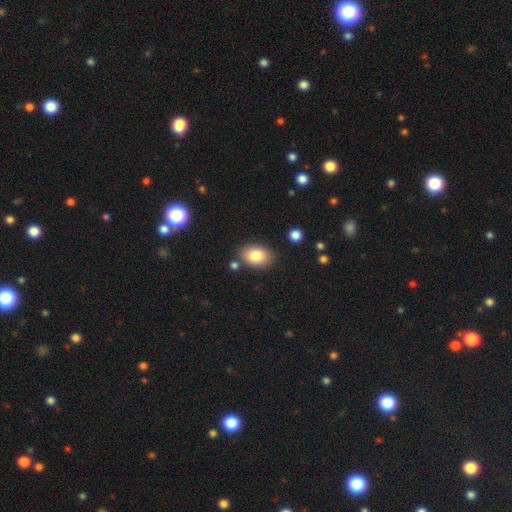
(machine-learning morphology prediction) Smooth or featured? Predicted: smooth (p=0.83). How rounded? Predicted: in between (p=0.84). Merging? Predicted: none (p=0.81).